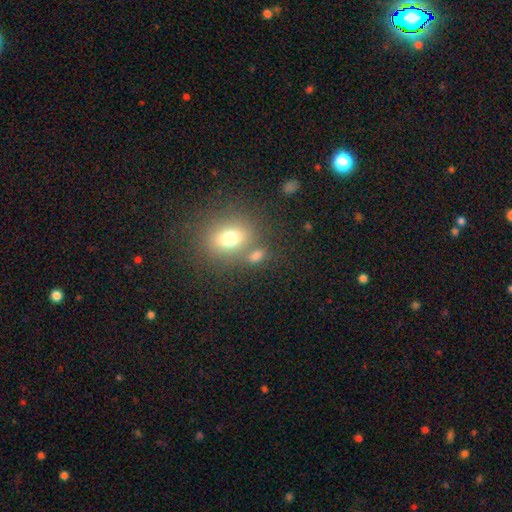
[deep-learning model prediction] smooth_or_featured: smooth (p=0.73) [alt: star or artifact p=0.14]
how_rounded: in between (p=0.53) [alt: round p=0.44]
merging: none (p=0.56) [alt: merger p=0.28]